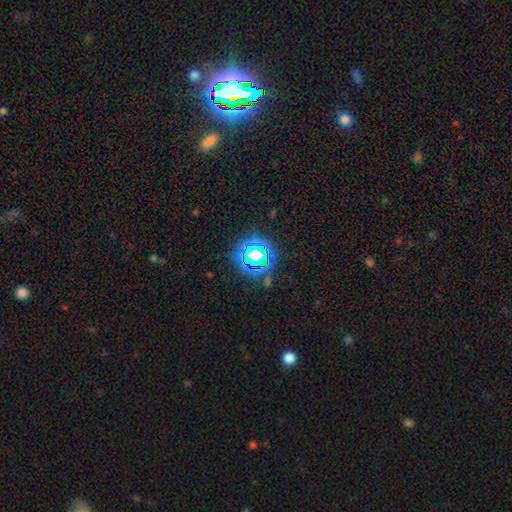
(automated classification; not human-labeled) This appears to be a star or artifact, not a galaxy (67%).